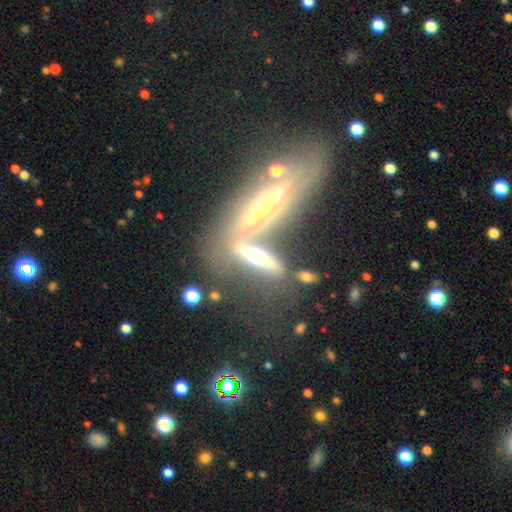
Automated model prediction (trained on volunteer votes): Overall: featured or disk (58%; smooth 32%). Edge-on disk: yes (83%). Merging: merger (49%; none 33%).